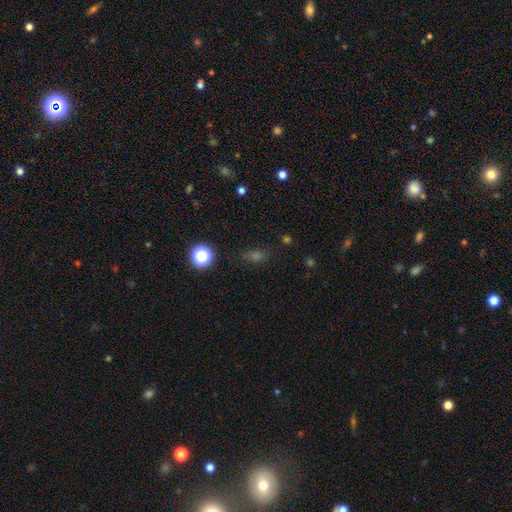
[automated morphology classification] Q: Smooth or featured?
A: smooth (54%); runner-up: star or artifact (37%)
Q: How rounded?
A: in between (63%); runner-up: round (31%)
Q: Merging?
A: none (79%); runner-up: minor disturbance (14%)